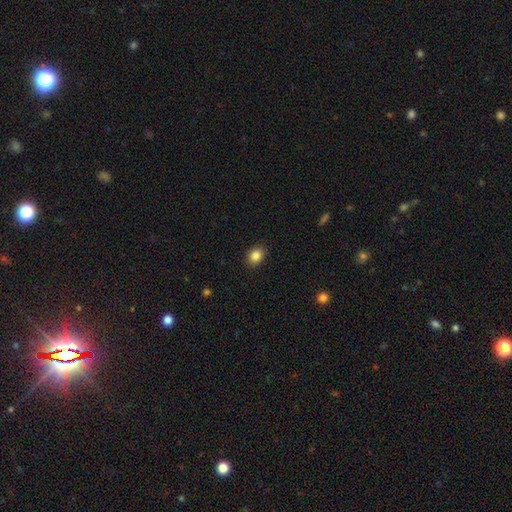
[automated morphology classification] Smooth or featured: smooth — 86% (star or artifact — 9%)
How rounded: in between — 60% (round — 39%)
Merging: none — 88% (minor disturbance — 9%)